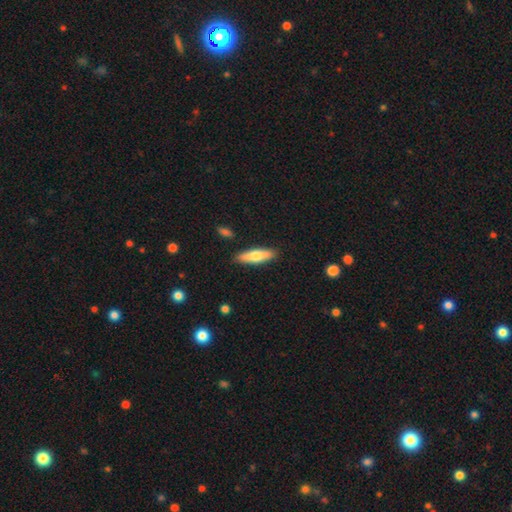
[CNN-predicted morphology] Smooth or featured? smooth (67%)
How rounded? cigar-shaped (65%)
Merging? none (88%)